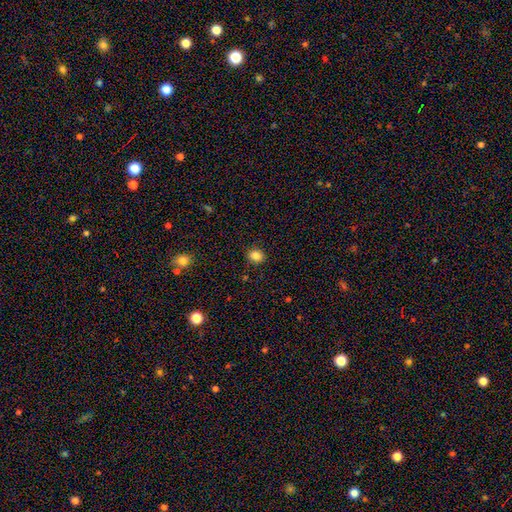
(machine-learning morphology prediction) This appears to be a smooth galaxy with no disk features (85%) that is round (64%). Merging: none (88%).